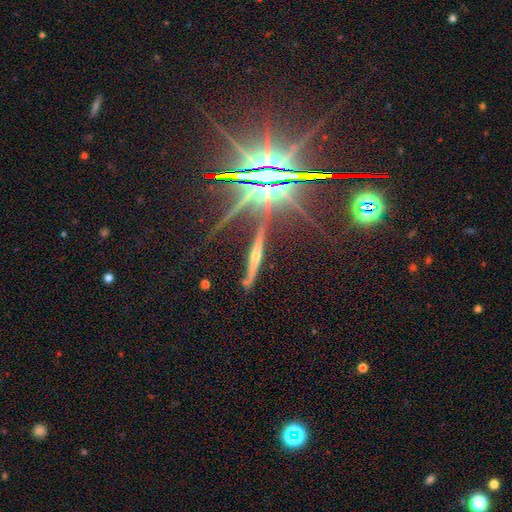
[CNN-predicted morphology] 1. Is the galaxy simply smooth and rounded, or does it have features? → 58% featured or disk, 25% star or artifact, 16% smooth.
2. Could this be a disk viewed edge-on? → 93% yes, 7% no.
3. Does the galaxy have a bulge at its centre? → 79% rounded, 14% none, 7% boxy.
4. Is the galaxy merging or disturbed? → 77% none, 15% minor disturbance, 4% major disturbance, 4% merger.